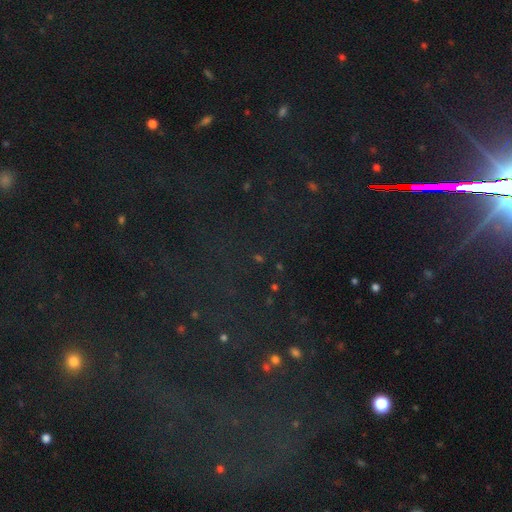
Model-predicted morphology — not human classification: Smooth or featured: star or artifact — 79% (smooth — 11%)